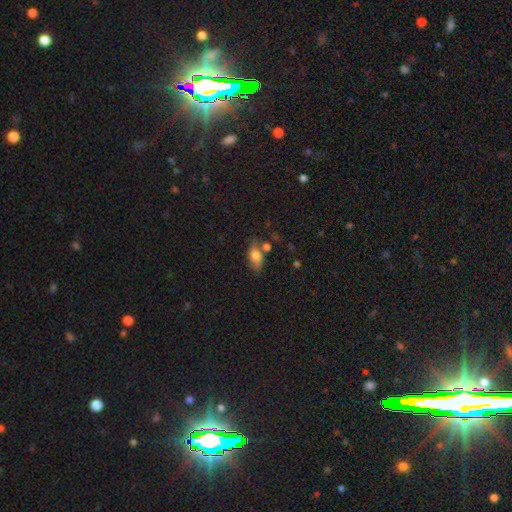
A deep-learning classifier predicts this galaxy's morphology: This appears to be a smooth galaxy with no disk features (77%) that is in between round and cigar-shaped (86%). Merging: none (65%).